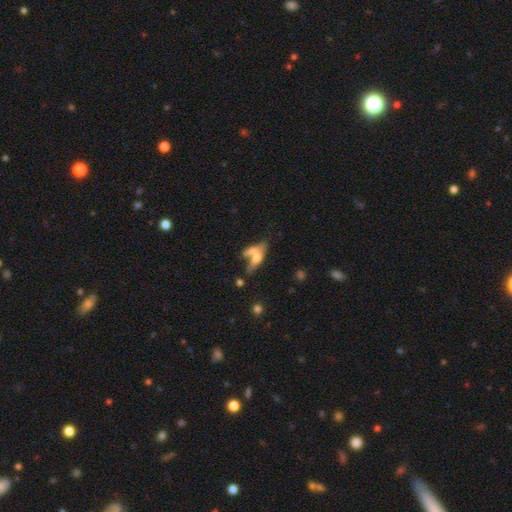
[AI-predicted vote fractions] This appears to be a smooth galaxy with no disk features (57%) that is cigar-shaped (48%). Merging: merger (51%).